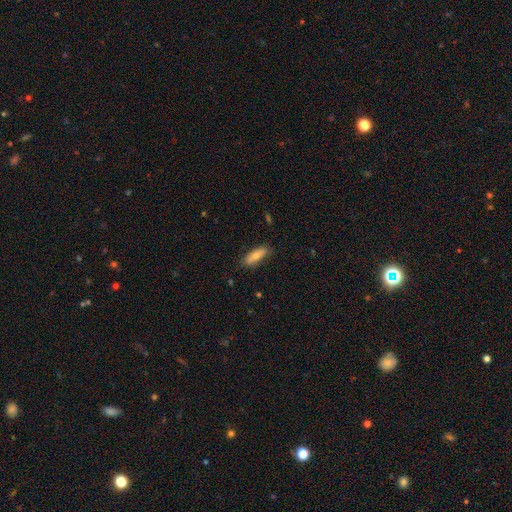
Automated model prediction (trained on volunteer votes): This is likely a smooth galaxy (72%). How rounded: possibly in between (59%). Merging: clearly none (81%).